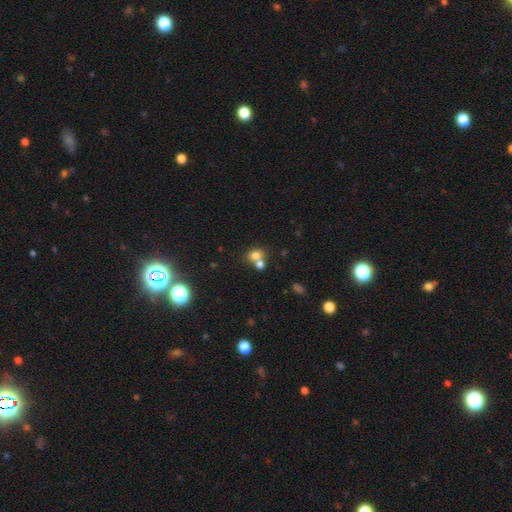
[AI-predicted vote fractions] smooth-or-featured: smooth: 74% | star or artifact: 14% | featured or disk: 12%
  how-rounded: round: 57% | in between: 42% | cigar-shaped: 1%
  merging: merger: 48% | none: 40% | minor disturbance: 8% | major disturbance: 4%